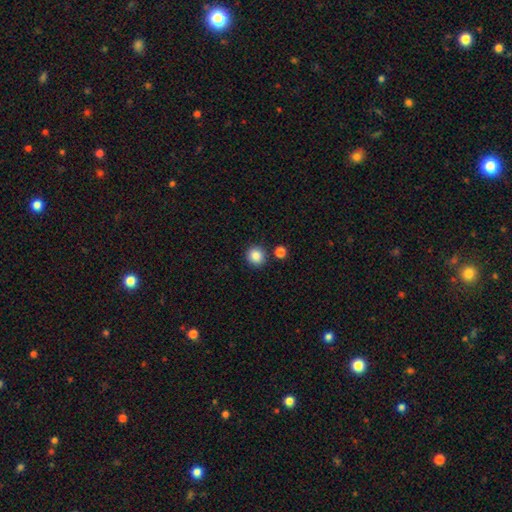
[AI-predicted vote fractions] Q: Smooth or featured?
A: smooth (87%); runner-up: star or artifact (10%)
Q: How rounded?
A: round (93%); runner-up: in between (6%)
Q: Merging?
A: none (87%); runner-up: minor disturbance (6%)